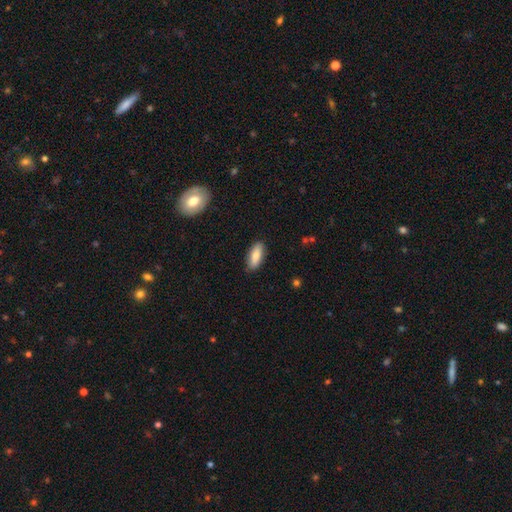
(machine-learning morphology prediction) A smooth galaxy with no disk features (77%) that is in between round and cigar-shaped (77%). Merging: none (86%).